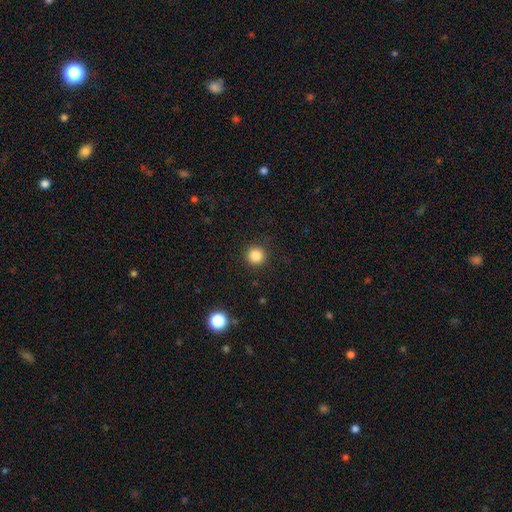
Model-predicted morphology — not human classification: A smooth galaxy with no disk features (85%) that is round (95%).

Vote fractions:
- Smooth or featured? smooth: 85% / star or artifact: 12% / featured or disk: 4%
- How rounded? round: 95% / in between: 4% / cigar-shaped: 1%
- Merging? none: 91% / minor disturbance: 6% / major disturbance: 2% / merger: 1%